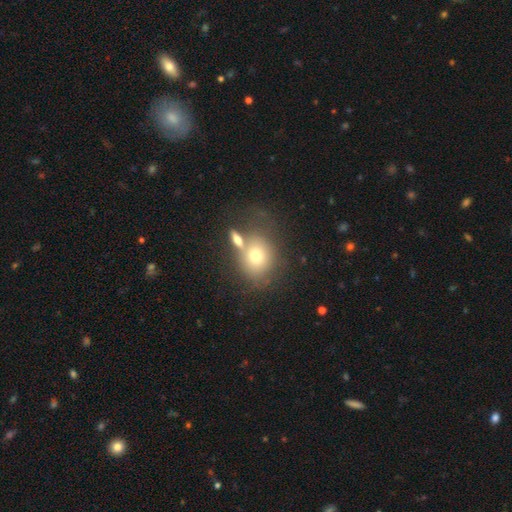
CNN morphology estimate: Overall: smooth (69%). How rounded: round (64%; in between 34%). Merging: none (47%; merger 29%).